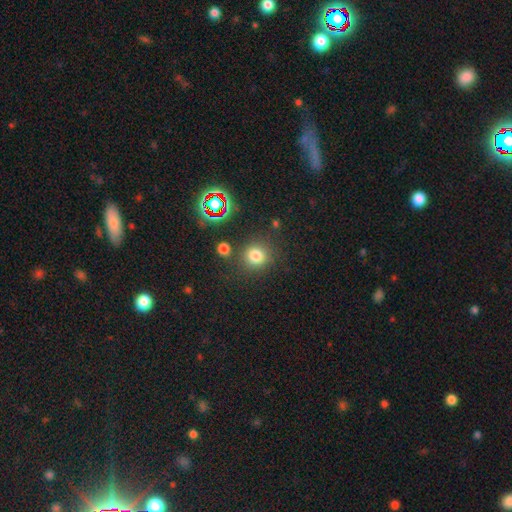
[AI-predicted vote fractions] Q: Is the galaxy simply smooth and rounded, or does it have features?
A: smooth — 75%.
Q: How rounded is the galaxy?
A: round — 87%.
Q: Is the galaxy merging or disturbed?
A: none — 80%.